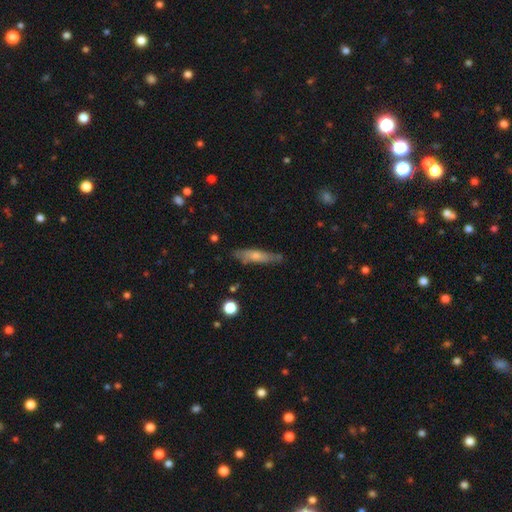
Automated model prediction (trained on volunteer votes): The model was most divided on "smooth or featured": smooth: 48%, featured or disk: 45%, star or artifact: 7%. More confident: merging — none (79%).